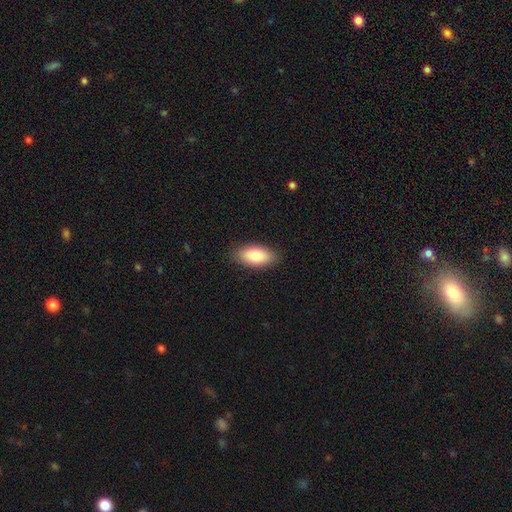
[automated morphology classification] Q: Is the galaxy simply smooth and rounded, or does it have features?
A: smooth — 81%.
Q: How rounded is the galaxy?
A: in between — 90%.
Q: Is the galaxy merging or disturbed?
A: none — 88%.